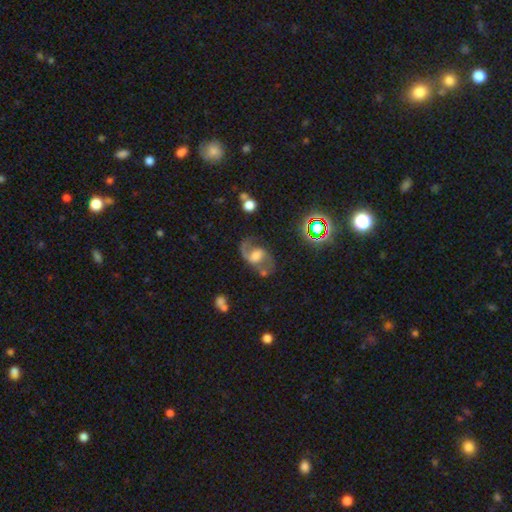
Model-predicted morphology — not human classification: featured or disk 78%, smooth 12%, star or artifact 10%. Down the decision tree: edge-on disk — no (97%); bar — weak (48%); spiral arms — yes (92%); spiral arm count — 2 (86%); spiral winding — loose (46%); bulge size — moderate (46%); merging — none (60%).